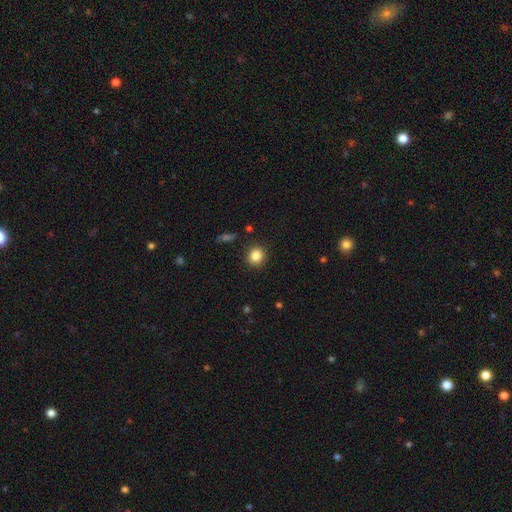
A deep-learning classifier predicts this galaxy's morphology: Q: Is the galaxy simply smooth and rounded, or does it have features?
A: smooth — 85%.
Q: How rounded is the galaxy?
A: round — 84%.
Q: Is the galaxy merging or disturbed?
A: none — 89%.